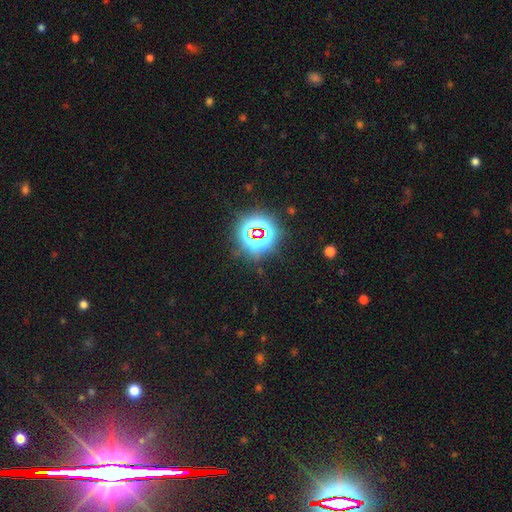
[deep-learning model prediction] smooth-or-featured: star or artifact: 79% | smooth: 13% | featured or disk: 7%